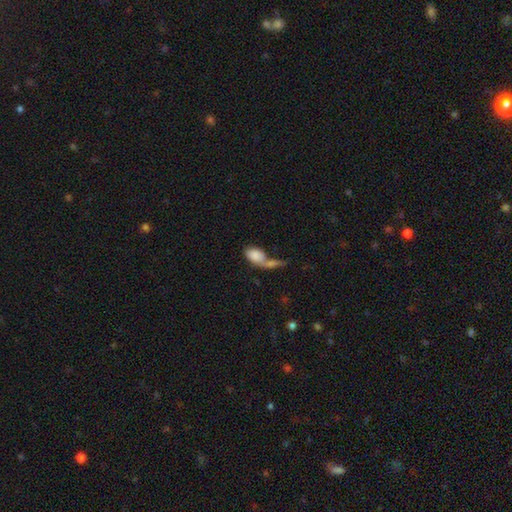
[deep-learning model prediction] Smooth or featured? Predicted: smooth (p=0.79). How rounded? Predicted: in between (p=0.89). Merging? Predicted: merger (p=0.57).